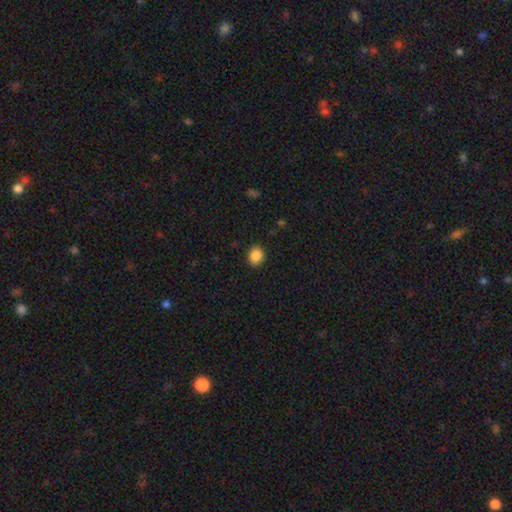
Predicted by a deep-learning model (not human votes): Overall: smooth (88%). How rounded: round (66%; in between 34%). Merging: none (89%).